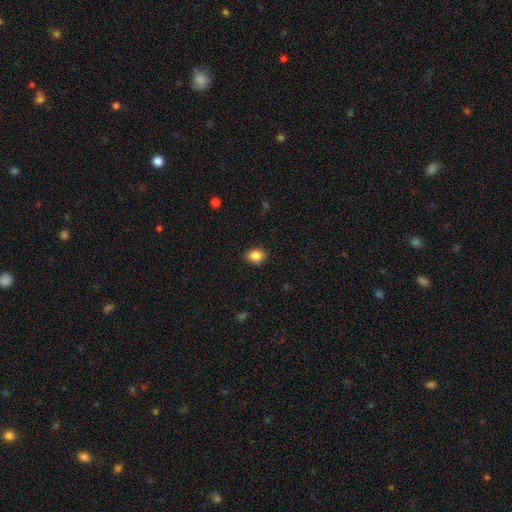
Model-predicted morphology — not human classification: Smooth or featured?
  - smooth: 86% *
  - star or artifact: 9%
  - featured or disk: 5%
How rounded?
  - in between: 50% *
  - round: 49%
  - cigar-shaped: 1%
Merging?
  - none: 85% *
  - minor disturbance: 12%
  - major disturbance: 2%
  - merger: 1%